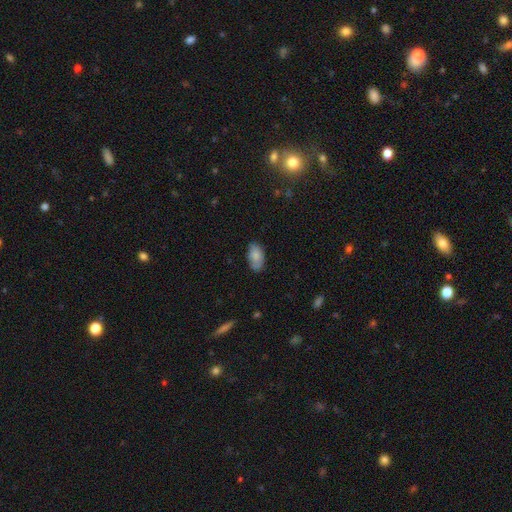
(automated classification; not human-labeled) A smooth galaxy with no disk features (80%) that is in between round and cigar-shaped (93%). Merging: none (72%).